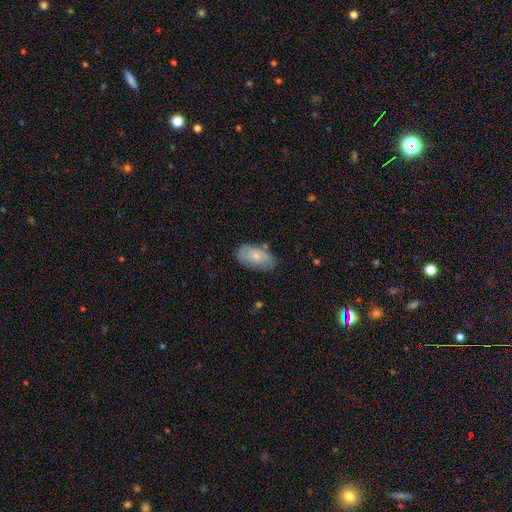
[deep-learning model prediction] A smooth galaxy with no disk features (71%) that is in between round and cigar-shaped (93%). Merging: none (65%).